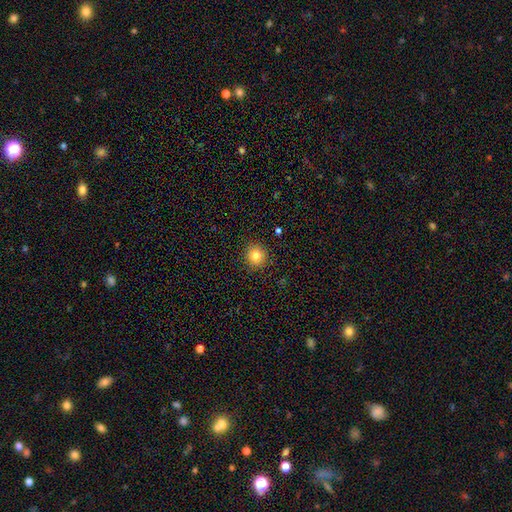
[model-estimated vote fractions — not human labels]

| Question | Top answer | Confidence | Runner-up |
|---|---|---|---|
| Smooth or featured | smooth | 81% | star or artifact (12%) |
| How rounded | round | 91% | in between (8%) |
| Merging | none | 92% | minor disturbance (5%) |